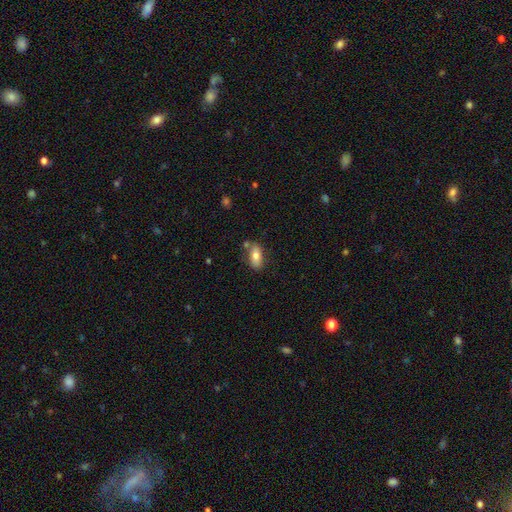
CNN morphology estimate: A smooth galaxy with no disk features (74%) that is in between round and cigar-shaped (85%).

Vote fractions:
- Smooth or featured? smooth: 74% / featured or disk: 18% / star or artifact: 7%
- How rounded? in between: 85% / cigar-shaped: 11% / round: 4%
- Merging? none: 71% / minor disturbance: 16% / merger: 10% / major disturbance: 4%